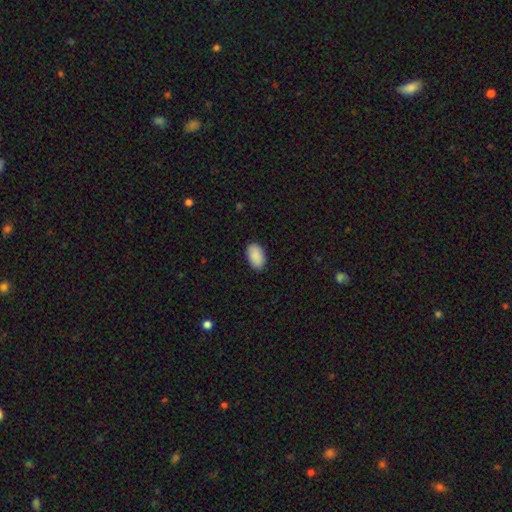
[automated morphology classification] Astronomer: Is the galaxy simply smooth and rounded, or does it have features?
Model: smooth — 91%.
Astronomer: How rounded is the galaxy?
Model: in between — 94%.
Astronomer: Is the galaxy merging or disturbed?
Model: none — 88%.